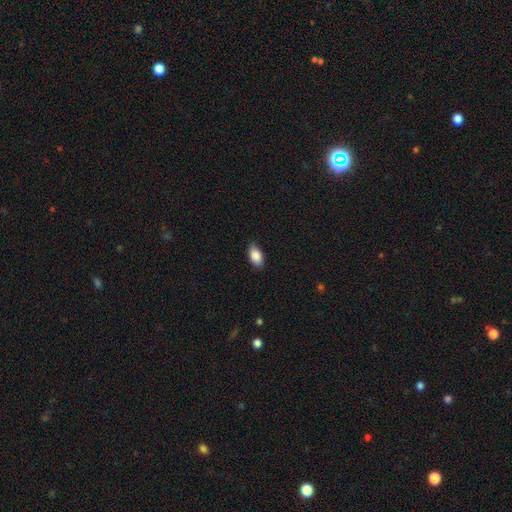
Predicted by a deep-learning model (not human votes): Smooth or featured?
  - smooth: 87% *
  - star or artifact: 7%
  - featured or disk: 6%
How rounded?
  - in between: 93% *
  - round: 4%
  - cigar-shaped: 3%
Merging?
  - none: 82% *
  - minor disturbance: 15%
  - major disturbance: 2%
  - merger: 1%